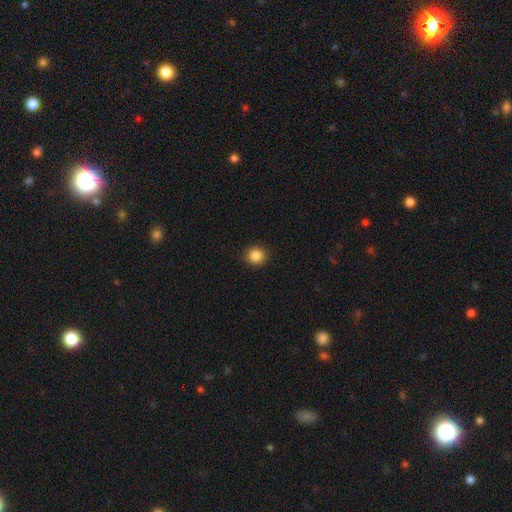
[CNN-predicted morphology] smooth 87%, star or artifact 10%, featured or disk 3%. Down the decision tree: how rounded — round (89%); merging — none (92%).